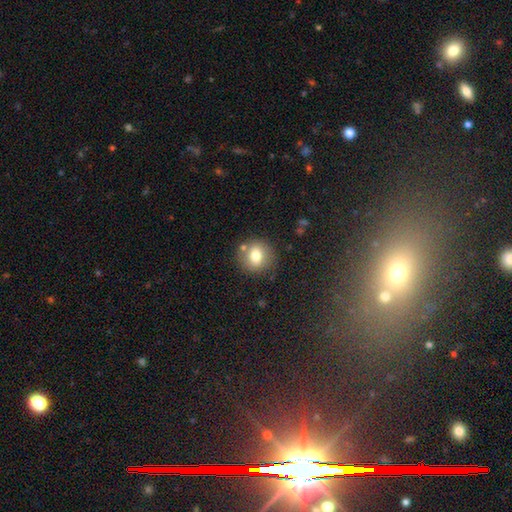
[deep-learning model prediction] smooth 74%, featured or disk 16%, star or artifact 10%. Down the decision tree: how rounded — round (83%); merging — none (79%).